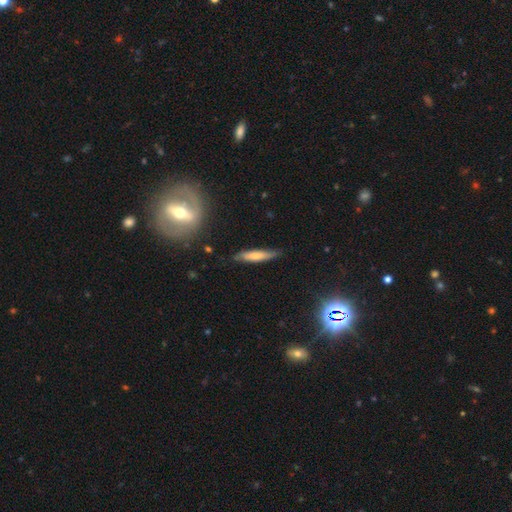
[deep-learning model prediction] The model was most divided on "smooth or featured": smooth: 65%, featured or disk: 28%, star or artifact: 7%. More confident: how rounded — cigar-shaped (85%); merging — none (77%).